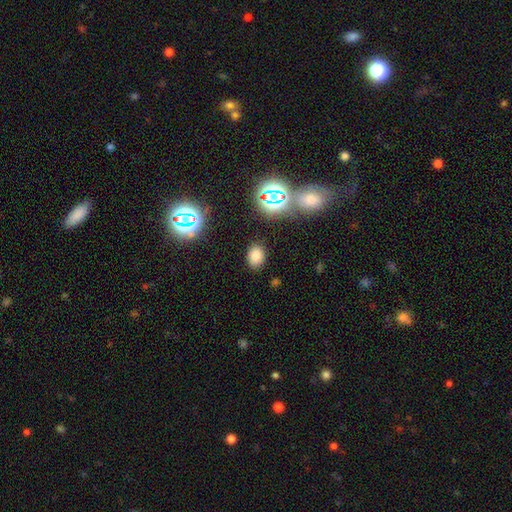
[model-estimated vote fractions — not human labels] Smooth or featured? smooth (75%)
How rounded? in between (71%)
Merging? none (85%)